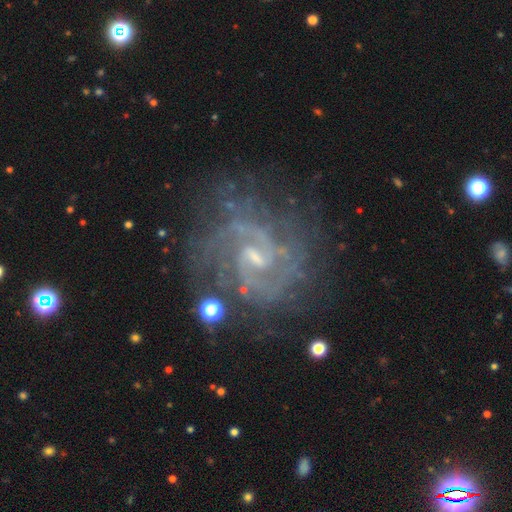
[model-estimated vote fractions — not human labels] This is clearly a featured or disk galaxy (88%). It is clearly not viewed edge-on (98%). Bar: possibly weak (60%). Spiral arm pattern: clearly yes (97%). Spiral arm count: possibly 2 (57%). Spiral winding: possibly medium (46%). Central bulge: likely small (61%). Merging: likely none (71%).